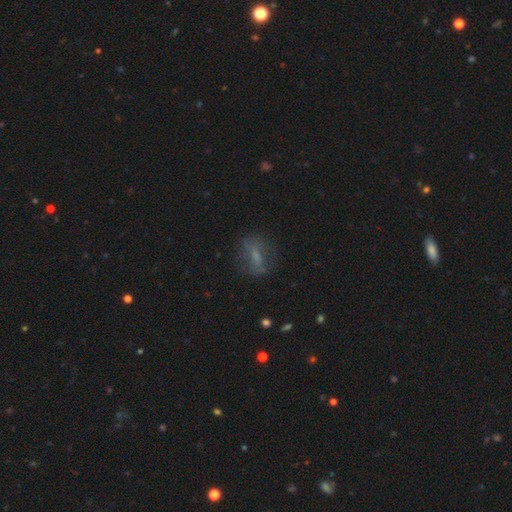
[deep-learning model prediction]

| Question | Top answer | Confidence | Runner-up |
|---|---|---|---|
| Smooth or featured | smooth | 46% | featured or disk (40%) |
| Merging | none | 70% | minor disturbance (17%) |